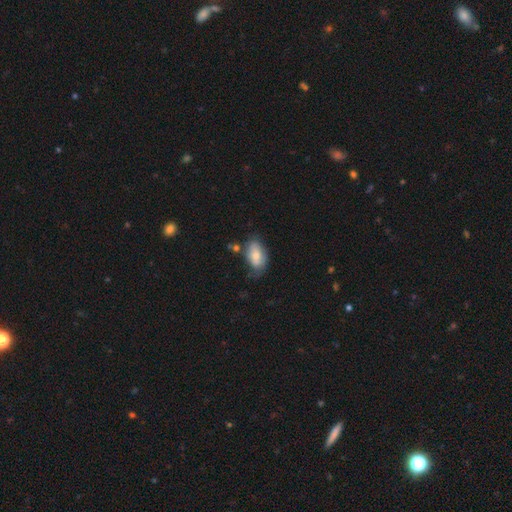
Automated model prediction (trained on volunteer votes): This appears to be a smooth galaxy with no disk features (71%) that is in between round and cigar-shaped (92%). Merging: none (51%).